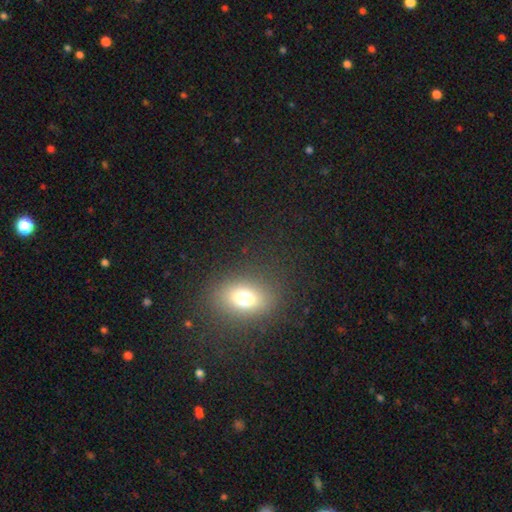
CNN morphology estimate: Smooth or featured: smooth — 65% (star or artifact — 20%)
How rounded: in between — 72% (round — 23%)
Merging: none — 87% (minor disturbance — 8%)